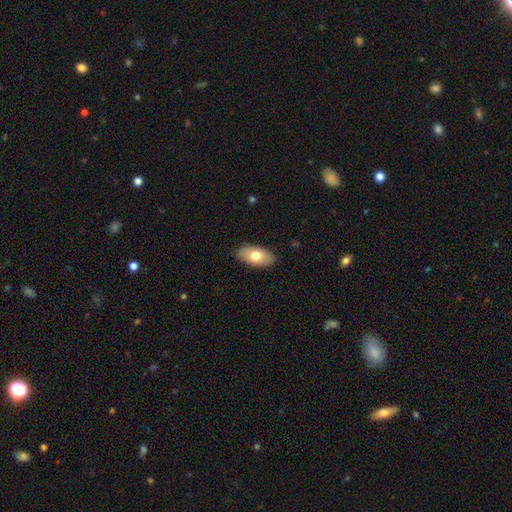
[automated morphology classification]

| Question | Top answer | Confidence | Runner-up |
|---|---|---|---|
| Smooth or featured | smooth | 74% | featured or disk (20%) |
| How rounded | in between | 94% | round (3%) |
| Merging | none | 88% | minor disturbance (9%) |